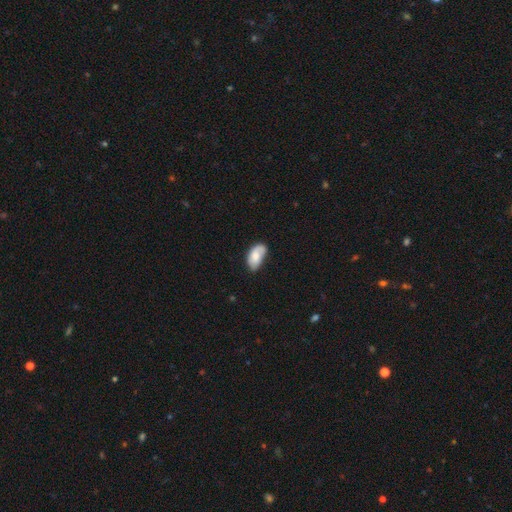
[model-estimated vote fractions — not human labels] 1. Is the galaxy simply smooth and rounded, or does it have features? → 63% smooth, 30% featured or disk, 7% star or artifact.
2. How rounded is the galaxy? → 94% in between, 4% round, 2% cigar-shaped.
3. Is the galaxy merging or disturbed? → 54% none, 34% minor disturbance, 9% major disturbance, 3% merger.